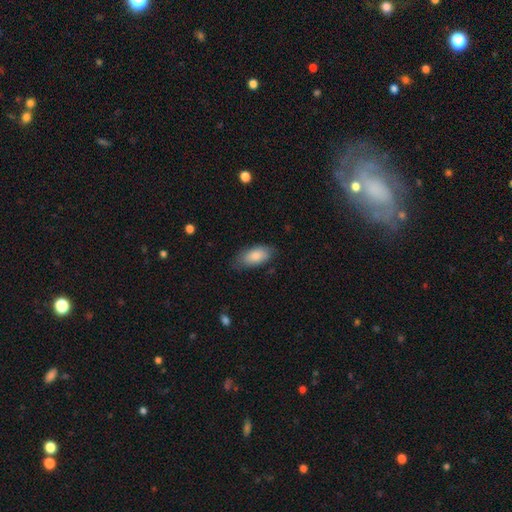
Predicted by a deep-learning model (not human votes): Smooth or featured?
  - smooth: 83% *
  - featured or disk: 11%
  - star or artifact: 6%
How rounded?
  - in between: 91% *
  - cigar-shaped: 7%
  - round: 2%
Merging?
  - none: 73% *
  - minor disturbance: 21%
  - major disturbance: 4%
  - merger: 1%